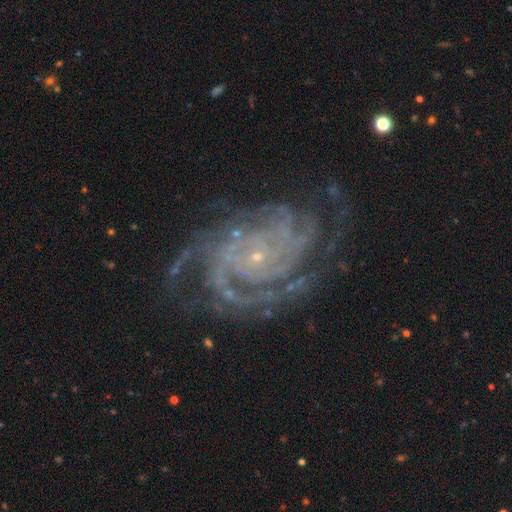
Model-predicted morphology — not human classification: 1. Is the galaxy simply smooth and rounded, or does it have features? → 91% featured or disk, 6% star or artifact, 3% smooth.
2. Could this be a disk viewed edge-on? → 97% no, 3% yes.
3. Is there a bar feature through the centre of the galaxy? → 76% no, 16% weak, 8% strong.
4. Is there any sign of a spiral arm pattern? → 99% yes, 1% no.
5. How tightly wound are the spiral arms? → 78% tight, 19% medium, 3% loose.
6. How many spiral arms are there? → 25% 4, 19% more than 4, 17% 3, 16% can't tell, 13% 2, 9% 1.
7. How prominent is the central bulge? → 88% small, 7% moderate, 3% none, 1% large, 1% dominant.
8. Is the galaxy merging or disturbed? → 74% none, 17% minor disturbance, 8% major disturbance, 2% merger.